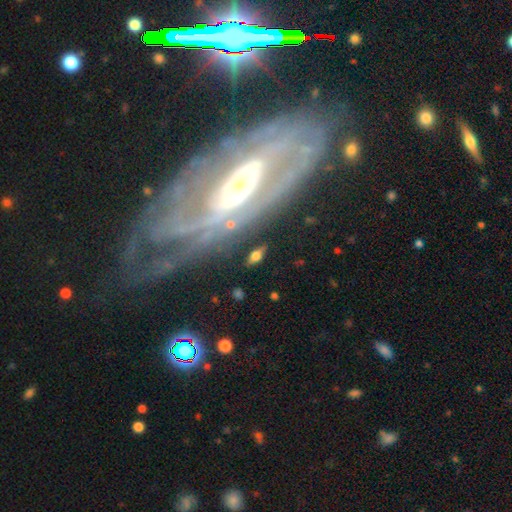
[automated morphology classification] Q: Smooth or featured?
A: smooth (58%); runner-up: featured or disk (32%)
Q: How rounded?
A: in between (81%); runner-up: cigar-shaped (11%)
Q: Merging?
A: none (81%); runner-up: minor disturbance (11%)